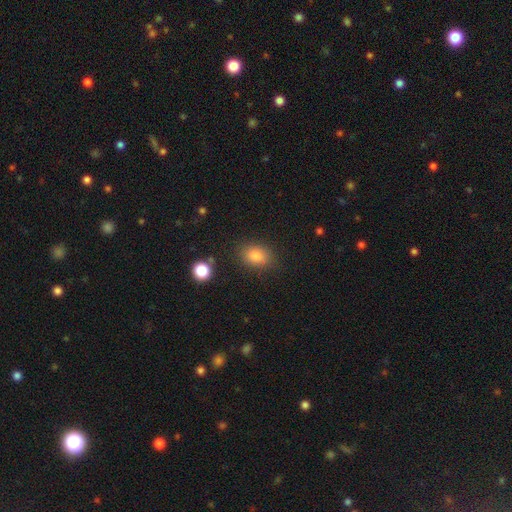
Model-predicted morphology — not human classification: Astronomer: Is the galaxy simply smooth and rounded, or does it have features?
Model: smooth — 83%.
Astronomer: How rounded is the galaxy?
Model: in between — 68%.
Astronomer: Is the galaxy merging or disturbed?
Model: none — 81%.